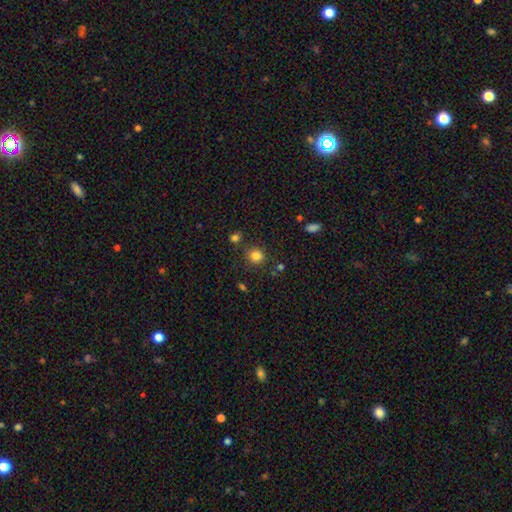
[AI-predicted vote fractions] smooth_or_featured: smooth (p=0.82) [alt: star or artifact p=0.13]
how_rounded: round (p=0.86) [alt: in between p=0.13]
merging: none (p=0.80) [alt: minor disturbance p=0.10]